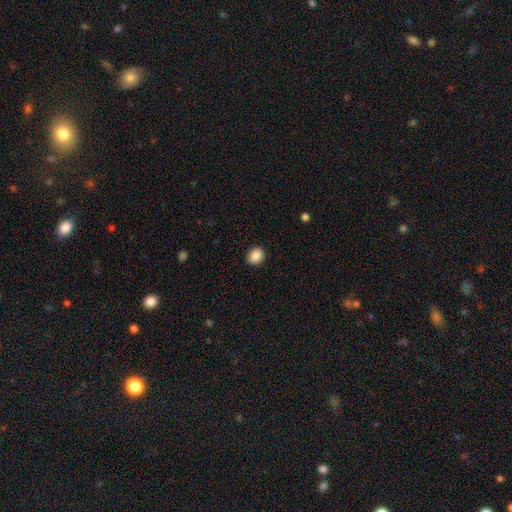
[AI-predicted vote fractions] Smooth or featured?
  - smooth: 88% *
  - star or artifact: 8%
  - featured or disk: 3%
How rounded?
  - round: 58% *
  - in between: 41%
  - cigar-shaped: 1%
Merging?
  - none: 91% *
  - minor disturbance: 6%
  - major disturbance: 2%
  - merger: 1%